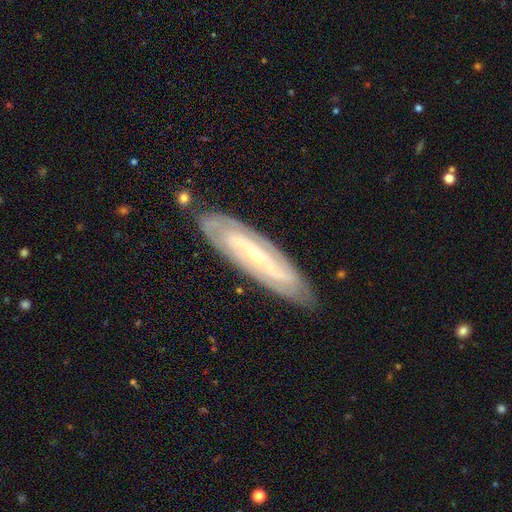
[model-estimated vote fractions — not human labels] Morphology: type=featured or disk (82%); edge-on=no (81%); bar=no (44%); spiral arms=yes (93%); winding=tight (64%); arm count=2 (41%); bulge=small (75%); merging=none (83%).